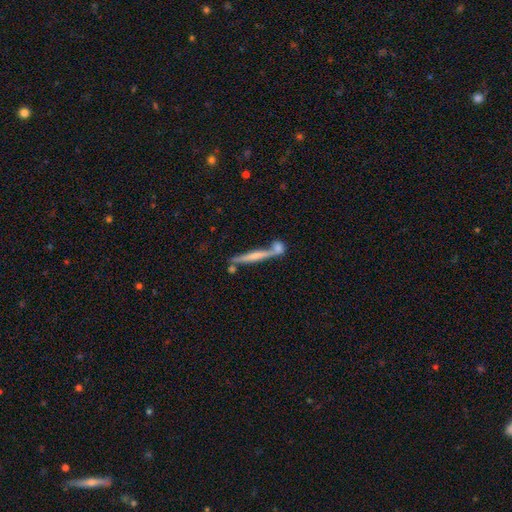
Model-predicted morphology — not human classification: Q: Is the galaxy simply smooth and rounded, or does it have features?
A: featured or disk — 54%.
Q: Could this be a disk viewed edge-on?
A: yes — 93%.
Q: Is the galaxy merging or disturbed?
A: none — 59%.